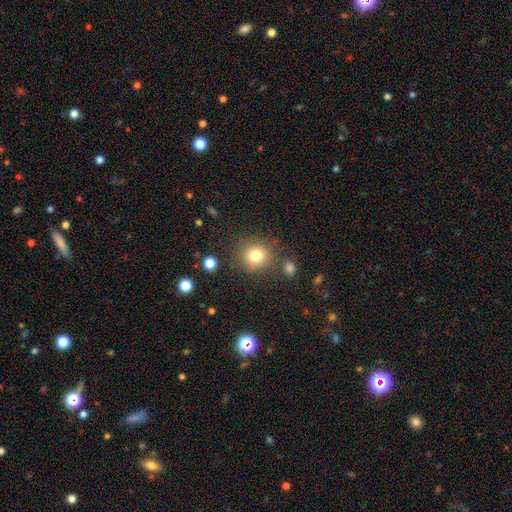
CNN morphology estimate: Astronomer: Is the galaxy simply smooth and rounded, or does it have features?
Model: smooth — 80%.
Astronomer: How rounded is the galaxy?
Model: round — 87%.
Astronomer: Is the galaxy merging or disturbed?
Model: none — 81%.